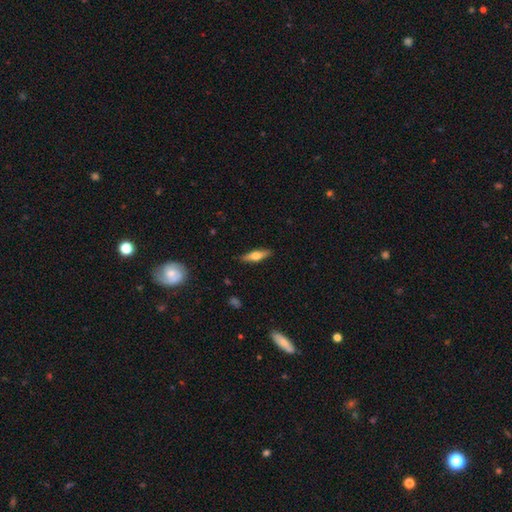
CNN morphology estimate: Q: Smooth or featured?
A: smooth (51%); runner-up: featured or disk (43%)
Q: How rounded?
A: cigar-shaped (61%); runner-up: in between (36%)
Q: Merging?
A: none (88%); runner-up: minor disturbance (9%)